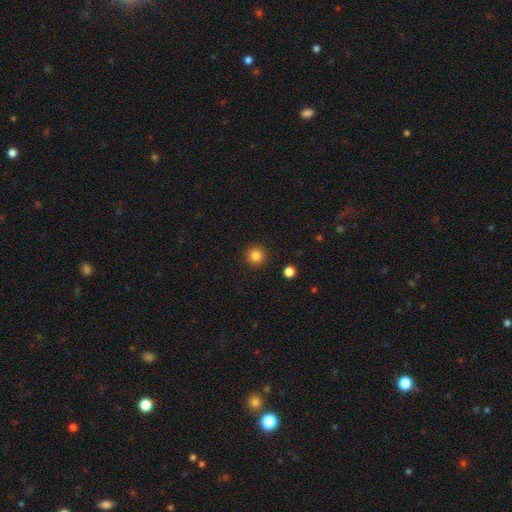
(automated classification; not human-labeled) Smooth or featured? smooth (84%)
How rounded? round (95%)
Merging? none (92%)